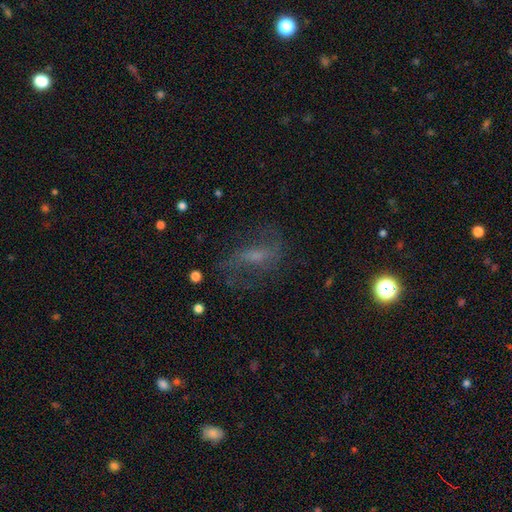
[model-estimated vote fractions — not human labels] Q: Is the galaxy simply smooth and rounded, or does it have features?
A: featured or disk — 56%.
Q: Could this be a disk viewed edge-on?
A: no — 91%.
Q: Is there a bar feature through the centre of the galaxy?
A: weak — 45%.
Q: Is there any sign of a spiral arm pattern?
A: yes — 76%.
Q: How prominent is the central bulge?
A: small — 35%.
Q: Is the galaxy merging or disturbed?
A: none — 62%.